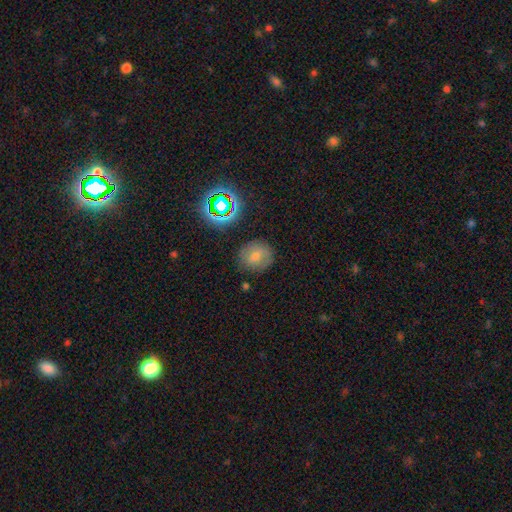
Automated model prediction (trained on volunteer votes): The model was most divided on "smooth or featured": smooth: 69%, star or artifact: 16%, featured or disk: 15%. More confident: how rounded — round (82%); merging — none (80%).